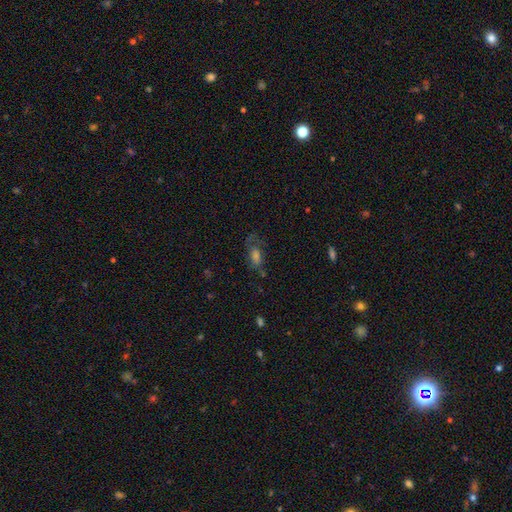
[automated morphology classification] Smooth or featured? Predicted: smooth (p=0.43). Merging? Predicted: none (p=0.55).